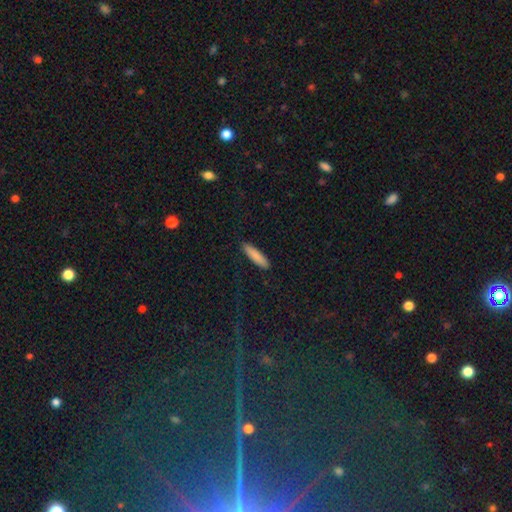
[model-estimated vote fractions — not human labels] The model was most divided on "how rounded": cigar-shaped: 78%, in between: 20%, round: 1%. More confident: merging — none (90%); smooth or featured — smooth (86%).